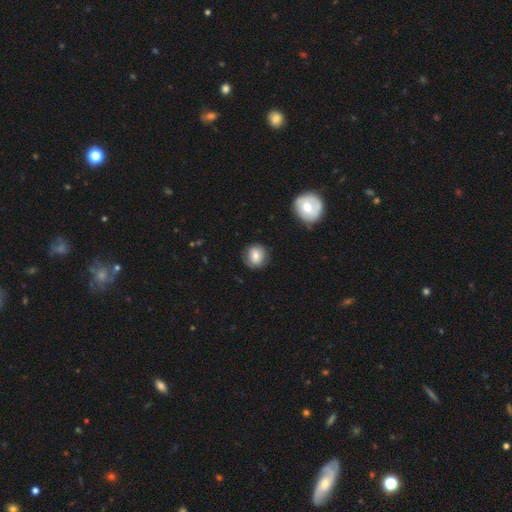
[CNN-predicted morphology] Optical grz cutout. It shows a smooth galaxy with no disk features (76%) that is round (84%). Merging: none (84%).